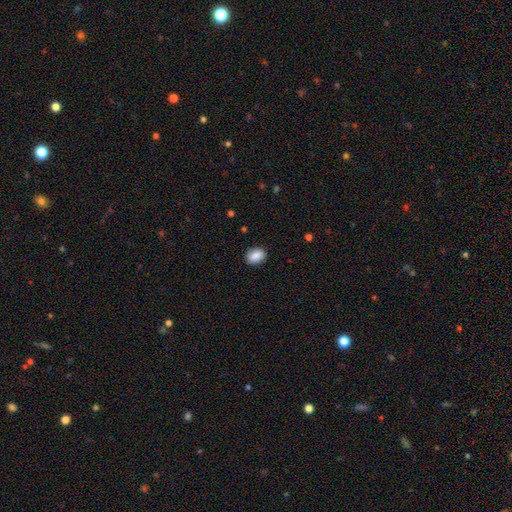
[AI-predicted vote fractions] smooth 87%, star or artifact 7%, featured or disk 5%. Down the decision tree: how rounded — in between (73%); merging — none (88%).